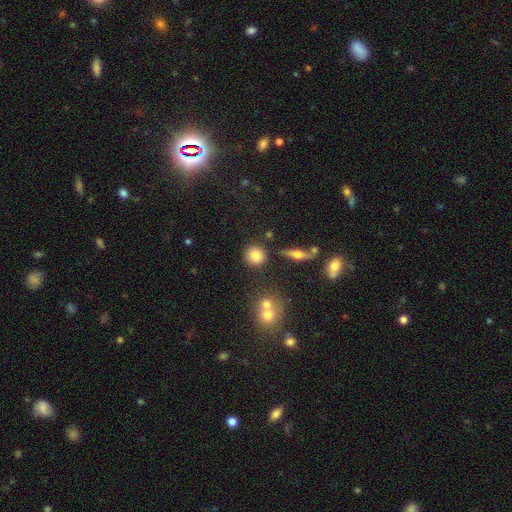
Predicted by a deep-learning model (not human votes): Smooth or featured?
  - smooth: 80% *
  - featured or disk: 10%
  - star or artifact: 9%
How rounded?
  - round: 91% *
  - in between: 8%
  - cigar-shaped: 2%
Merging?
  - none: 83% *
  - minor disturbance: 8%
  - merger: 6%
  - major disturbance: 3%